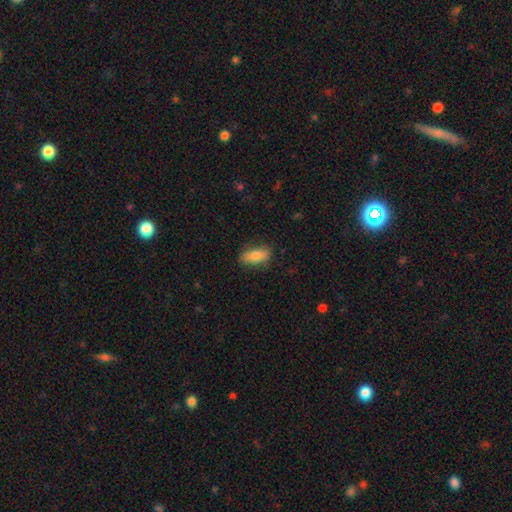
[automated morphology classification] type=smooth (78%); roundness=in between (80%); merging=none (83%).